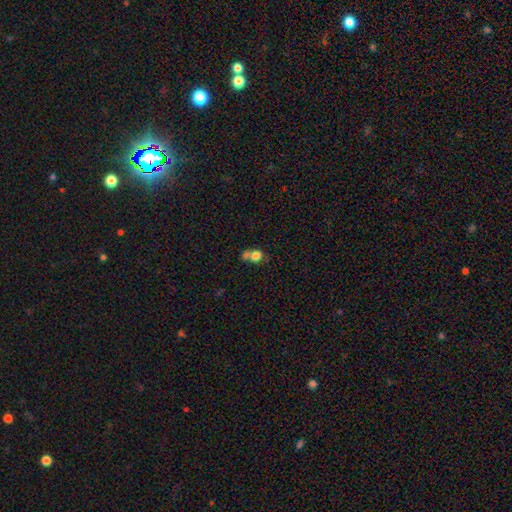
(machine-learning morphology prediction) smooth-or-featured: smooth: 74% | featured or disk: 14% | star or artifact: 12%
  how-rounded: round: 59% | in between: 40% | cigar-shaped: 2%
  merging: merger: 53% | none: 29% | minor disturbance: 11% | major disturbance: 7%